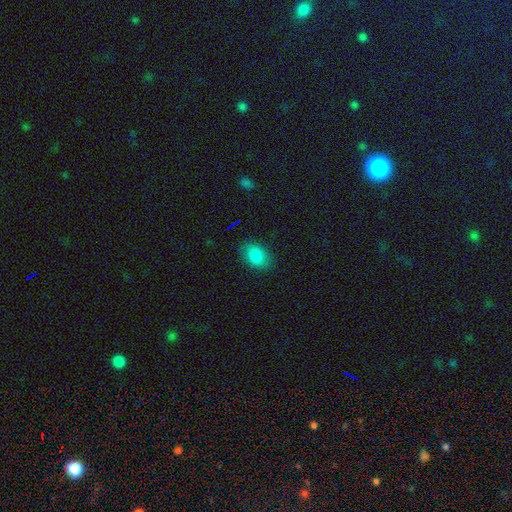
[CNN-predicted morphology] This is clearly a smooth galaxy (85%). How rounded: clearly in between (82%). Merging: clearly none (84%).